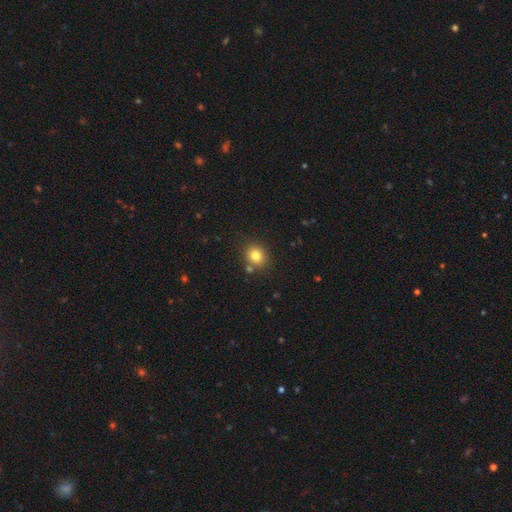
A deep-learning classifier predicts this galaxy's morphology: Smooth or featured?
  - smooth: 80% *
  - star or artifact: 12%
  - featured or disk: 8%
How rounded?
  - round: 68% *
  - in between: 31%
  - cigar-shaped: 1%
Merging?
  - none: 80% *
  - minor disturbance: 10%
  - merger: 8%
  - major disturbance: 3%